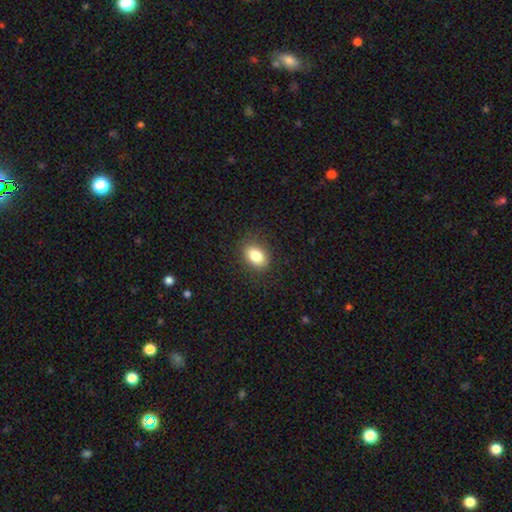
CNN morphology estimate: type=smooth (83%); roundness=in between (80%); merging=none (86%).